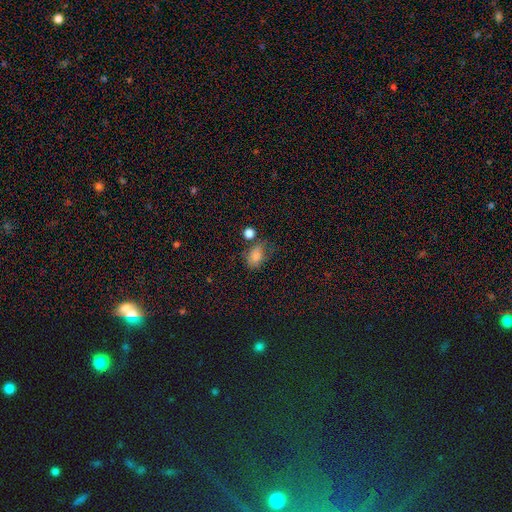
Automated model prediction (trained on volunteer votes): smooth 79%, star or artifact 12%, featured or disk 9%. Down the decision tree: how rounded — in between (79%); merging — none (44%).